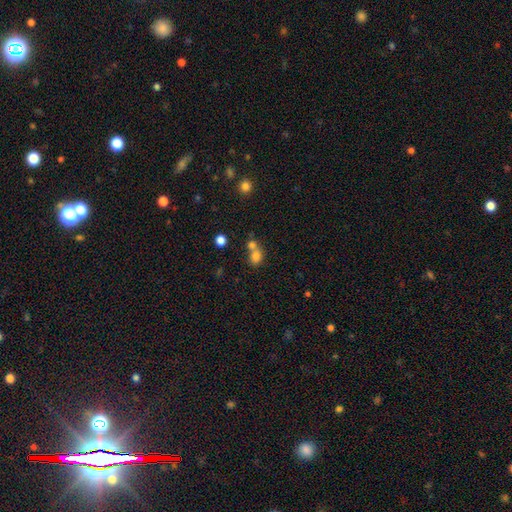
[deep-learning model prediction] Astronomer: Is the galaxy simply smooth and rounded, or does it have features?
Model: smooth — 77%.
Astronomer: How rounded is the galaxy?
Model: round — 55% (runner-up: in between, 43%).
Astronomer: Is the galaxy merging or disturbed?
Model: merger — 57%.